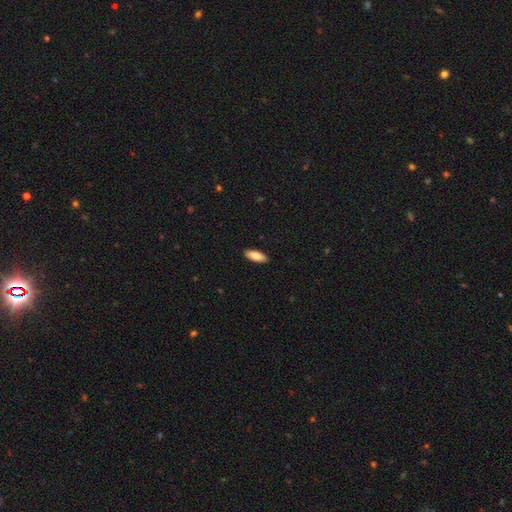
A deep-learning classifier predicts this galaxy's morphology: Q: Smooth or featured?
A: smooth (83%); runner-up: featured or disk (11%)
Q: How rounded?
A: in between (72%); runner-up: cigar-shaped (26%)
Q: Merging?
A: none (90%); runner-up: minor disturbance (8%)